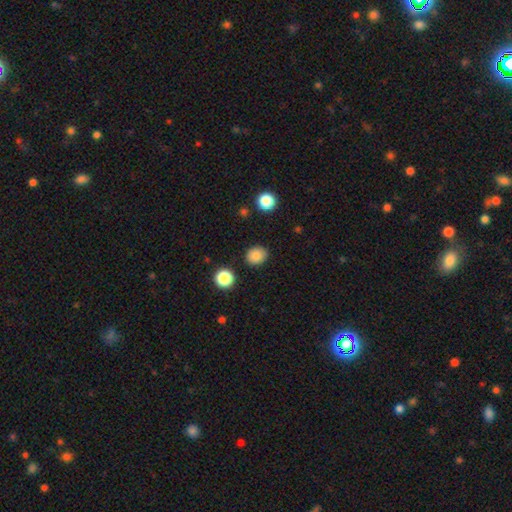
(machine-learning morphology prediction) smooth 84%, star or artifact 11%, featured or disk 5%. Down the decision tree: how rounded — round (66%); merging — none (86%).